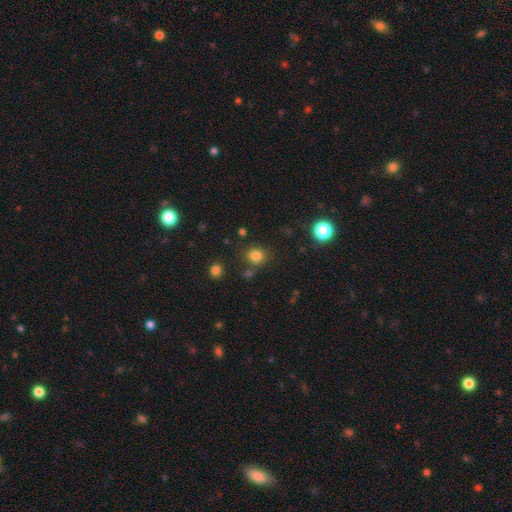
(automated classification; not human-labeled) Overall: smooth (79%). How rounded: round (81%). Merging: none (77%).